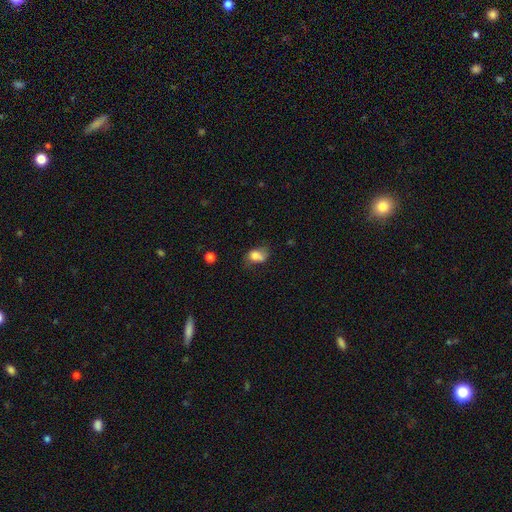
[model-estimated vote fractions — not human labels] Smooth or featured? Predicted: smooth (p=0.73). How rounded? Predicted: in between (p=0.70). Merging? Predicted: none (p=0.33).